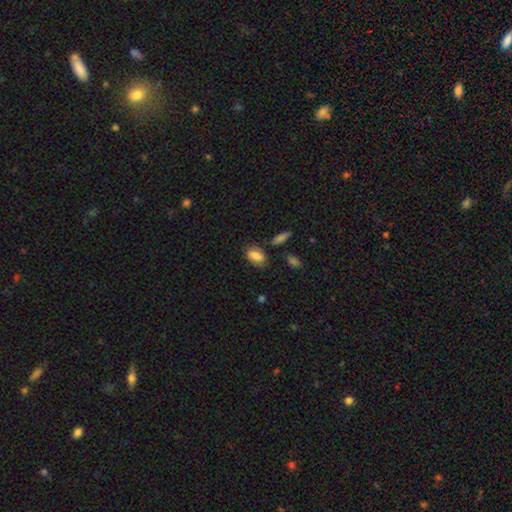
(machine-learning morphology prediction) Q: Smooth or featured?
A: smooth (81%); runner-up: featured or disk (11%)
Q: How rounded?
A: in between (88%); runner-up: round (9%)
Q: Merging?
A: none (75%); runner-up: minor disturbance (16%)